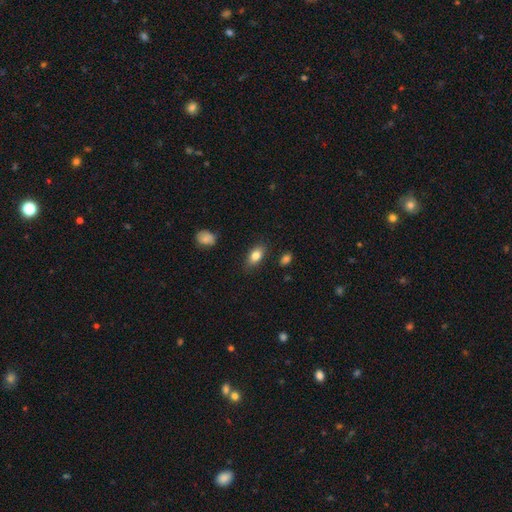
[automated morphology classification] smooth_or_featured: smooth (p=0.81) [alt: featured or disk p=0.11]
how_rounded: in between (p=0.87) [alt: round p=0.07]
merging: none (p=0.82) [alt: minor disturbance p=0.14]